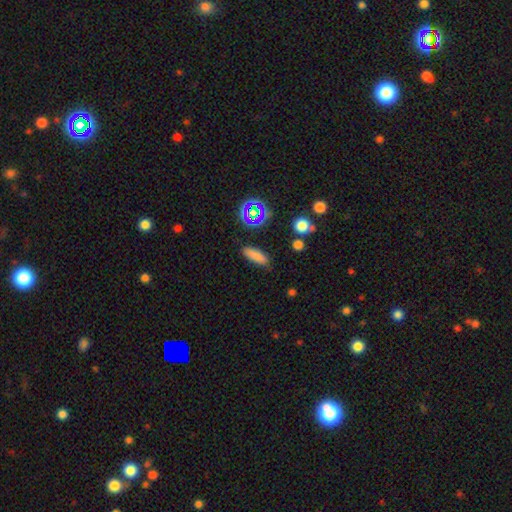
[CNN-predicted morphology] smooth-or-featured: smooth: 80% | star or artifact: 13% | featured or disk: 7%
  how-rounded: in between: 49% | cigar-shaped: 47% | round: 4%
  merging: none: 84% | minor disturbance: 11% | major disturbance: 3% | merger: 2%